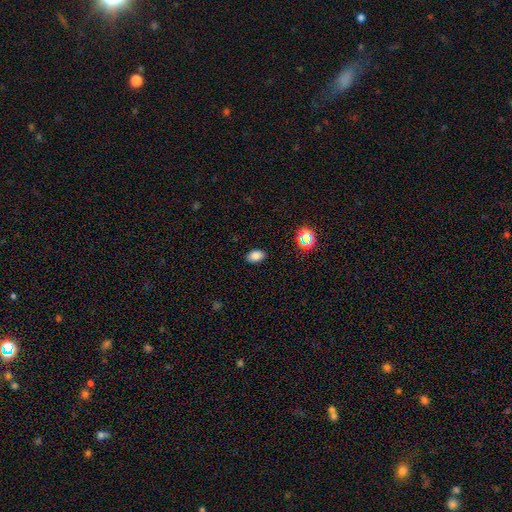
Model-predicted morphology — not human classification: Smooth or featured: smooth — 82% (star or artifact — 13%)
How rounded: in between — 86% (round — 13%)
Merging: none — 88% (minor disturbance — 8%)